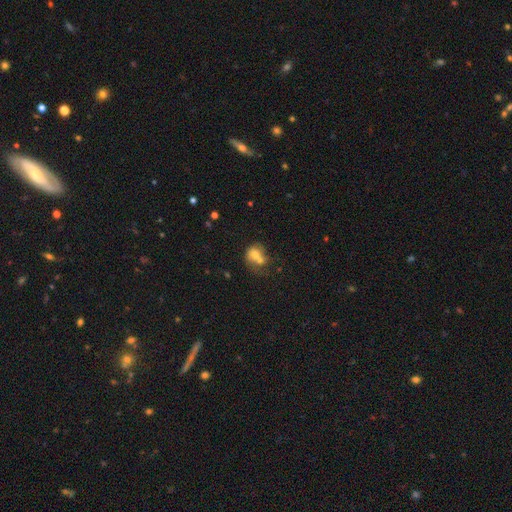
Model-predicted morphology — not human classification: A smooth galaxy with no disk features (65%) that is round (55%). Merging: merger (57%).